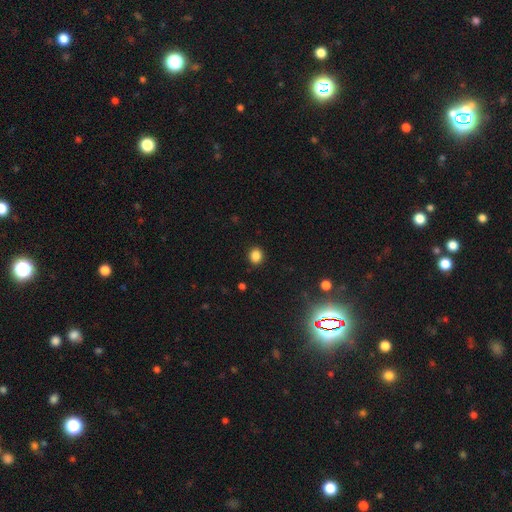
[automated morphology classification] smooth-or-featured: smooth: 85% | star or artifact: 12% | featured or disk: 4%
  how-rounded: round: 76% | in between: 24% | cigar-shaped: 1%
  merging: none: 90% | minor disturbance: 6% | major disturbance: 2% | merger: 1%